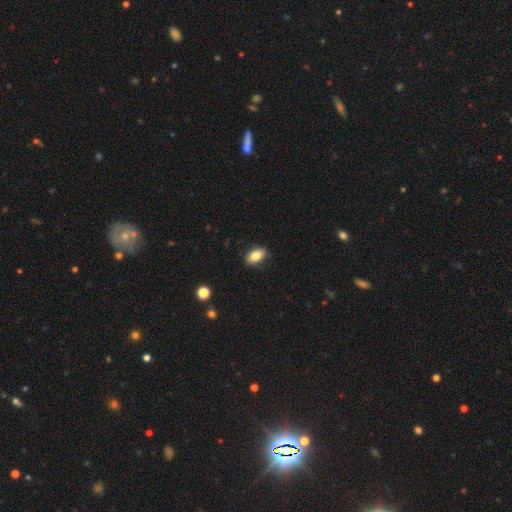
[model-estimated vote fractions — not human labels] Morphology: type=smooth (83%); roundness=in between (90%); merging=none (87%).